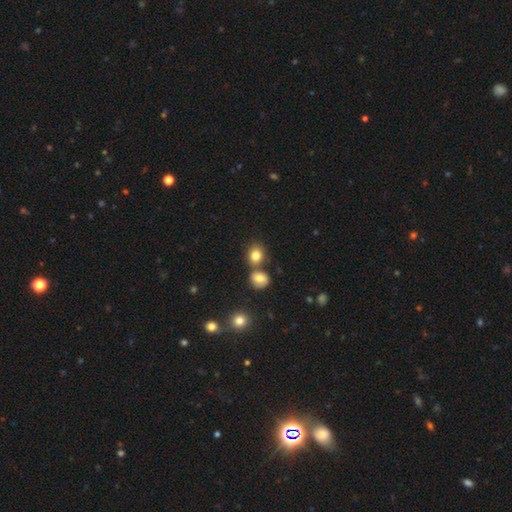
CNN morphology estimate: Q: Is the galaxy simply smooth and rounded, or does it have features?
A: smooth — 81%.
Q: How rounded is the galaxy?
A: round — 64%.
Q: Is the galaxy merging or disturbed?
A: none — 58%.